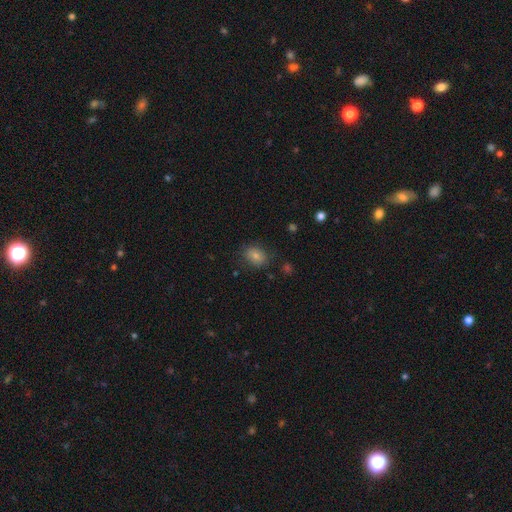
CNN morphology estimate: A smooth galaxy with no disk features (78%) that is in between round and cigar-shaped (60%). Merging: none (79%).